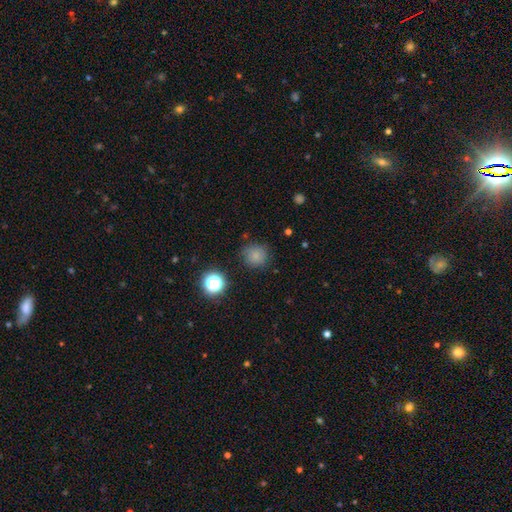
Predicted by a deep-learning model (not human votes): Smooth or featured? Predicted: smooth (p=0.78). How rounded? Predicted: round (p=0.90). Merging? Predicted: none (p=0.79).